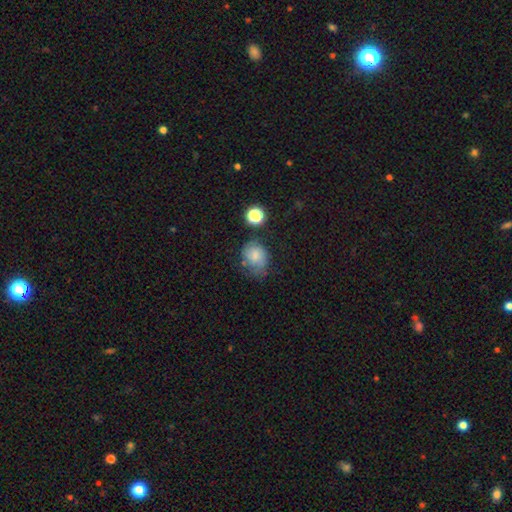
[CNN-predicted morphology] smooth 70%, featured or disk 18%, star or artifact 12%. Down the decision tree: how rounded — round (56%); merging — none (49%).